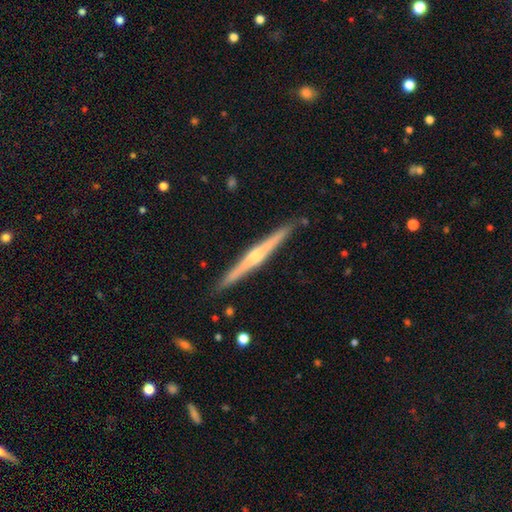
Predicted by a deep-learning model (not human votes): featured or disk 76%, smooth 19%, star or artifact 5%. Down the decision tree: edge-on disk — yes (98%); edge-on bulge — rounded (79%); merging — none (91%).